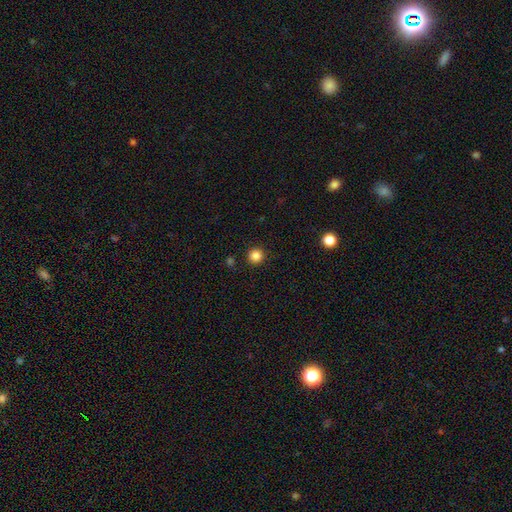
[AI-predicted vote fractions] smooth-or-featured: smooth: 85% | star or artifact: 12% | featured or disk: 3%
  how-rounded: round: 95% | in between: 4% | cigar-shaped: 1%
  merging: none: 92% | minor disturbance: 5% | major disturbance: 2% | merger: 2%